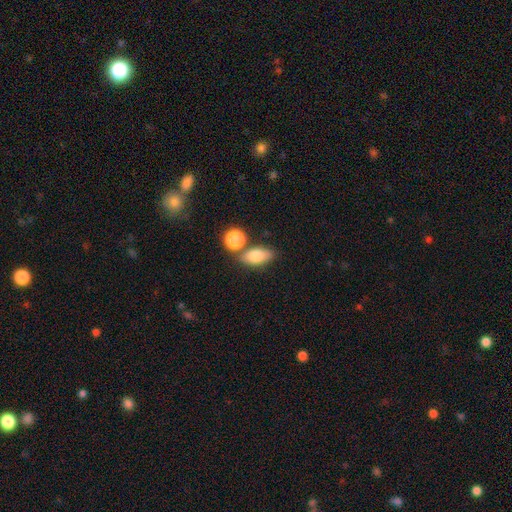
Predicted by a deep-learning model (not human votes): Smooth or featured? Predicted: smooth (p=0.80). How rounded? Predicted: in between (p=0.82). Merging? Predicted: none (p=0.63).